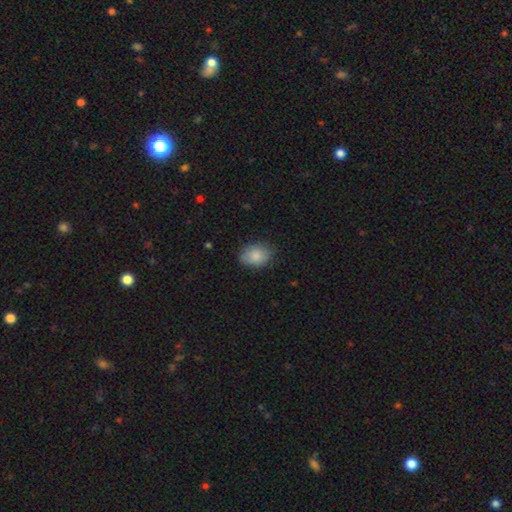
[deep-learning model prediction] This is clearly a smooth galaxy (85%). How rounded: likely in between (73%). Merging: likely none (78%).